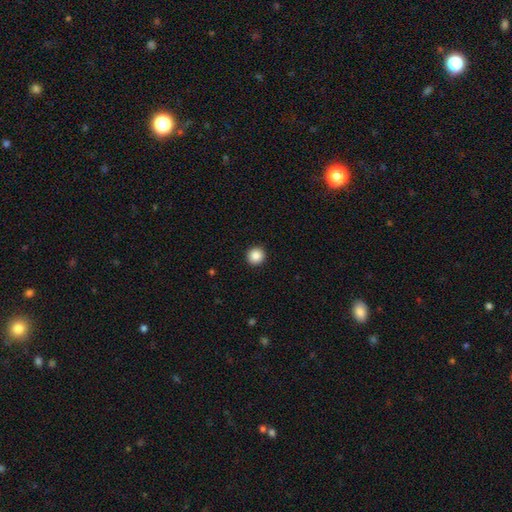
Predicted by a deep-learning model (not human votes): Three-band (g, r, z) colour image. It shows a smooth galaxy with no disk features (88%) that is round (95%). Merging: none (93%).